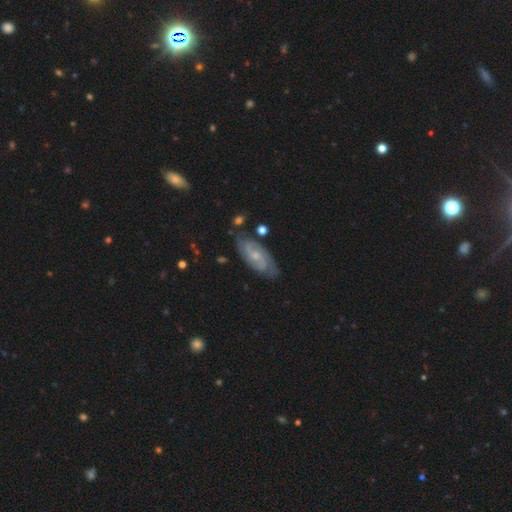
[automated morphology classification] smooth_or_featured: featured or disk (p=0.81) [alt: smooth p=0.13]
disk_edge_on: no (p=0.94) [alt: yes p=0.06]
bar: no (p=0.56) [alt: weak p=0.37]
has_spiral_arms: yes (p=0.95) [alt: no p=0.05]
spiral_winding: tight (p=0.52) [alt: medium p=0.38]
spiral_arm_count: 2 (p=0.68) [alt: can't tell p=0.16]
bulge_size: small (p=0.58) [alt: moderate p=0.36]
merging: none (p=0.76) [alt: minor disturbance p=0.17]